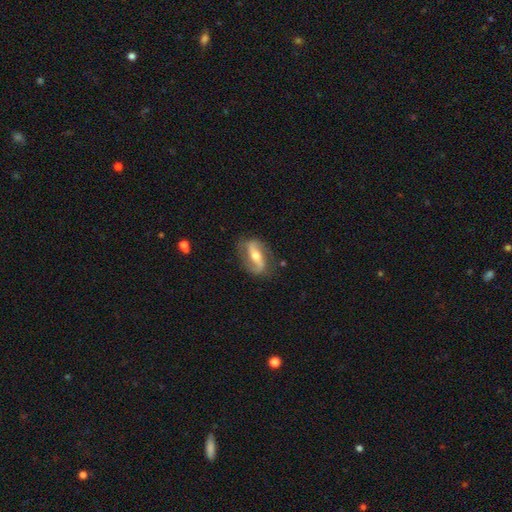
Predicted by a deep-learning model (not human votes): This appears to be a featured or disk galaxy (83%) with a strong bar (50%), 2 (90%) loose (51%) spiral arms (92%) and a moderate central bulge (63%). Merging: none (79%).